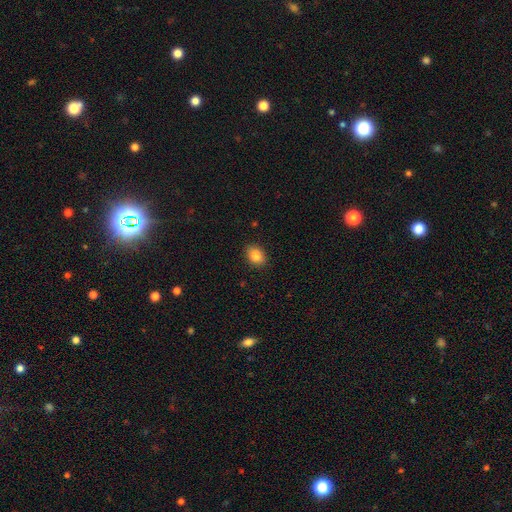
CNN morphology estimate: This appears to be a smooth galaxy with no disk features (86%) that is in between round and cigar-shaped (68%). Merging: none (88%).